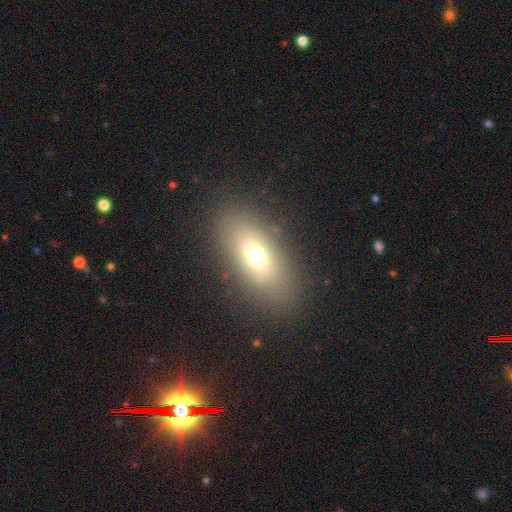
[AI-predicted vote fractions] A smooth galaxy with no disk features (67%) that is in between round and cigar-shaped (82%).

Vote fractions:
- Smooth or featured? smooth: 67% / featured or disk: 21% / star or artifact: 12%
- How rounded? in between: 82% / cigar-shaped: 10% / round: 8%
- Merging? none: 84% / minor disturbance: 10% / major disturbance: 5% / merger: 1%